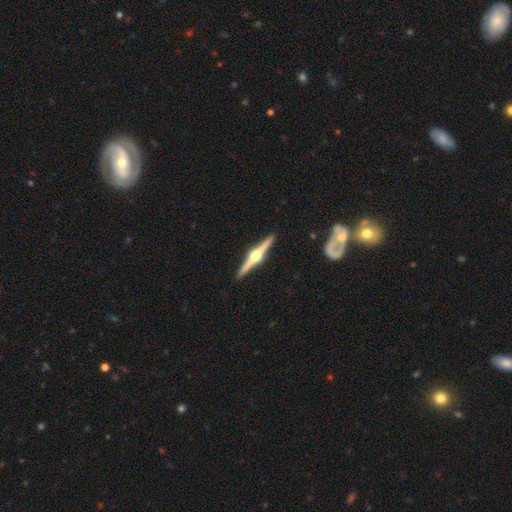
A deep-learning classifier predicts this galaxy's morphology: Smooth or featured? Predicted: featured or disk (p=0.87). Edge-on disk? Predicted: yes (p=0.99). Edge-on bulge? Predicted: rounded (p=0.96). Merging? Predicted: none (p=0.92).